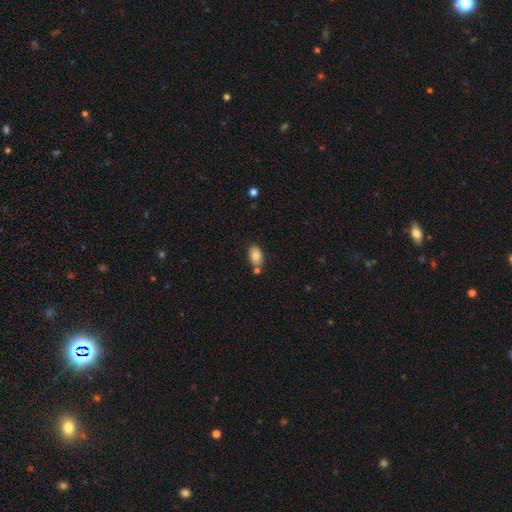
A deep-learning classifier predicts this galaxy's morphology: Overall: smooth (78%). How rounded: in between (90%). Merging: none (67%).